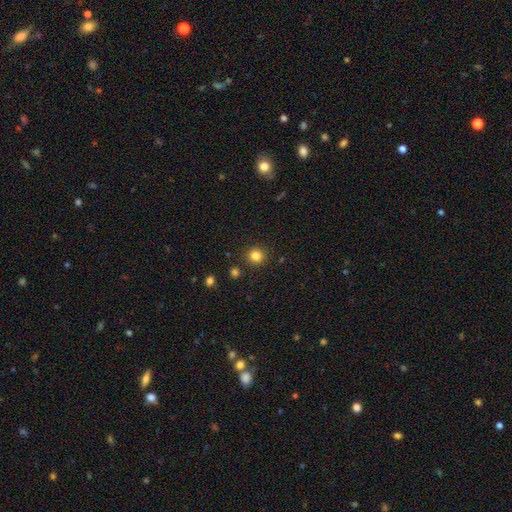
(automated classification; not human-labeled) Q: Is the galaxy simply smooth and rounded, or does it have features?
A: smooth — 83%.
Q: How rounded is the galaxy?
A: round — 91%.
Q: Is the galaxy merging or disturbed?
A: none — 90%.